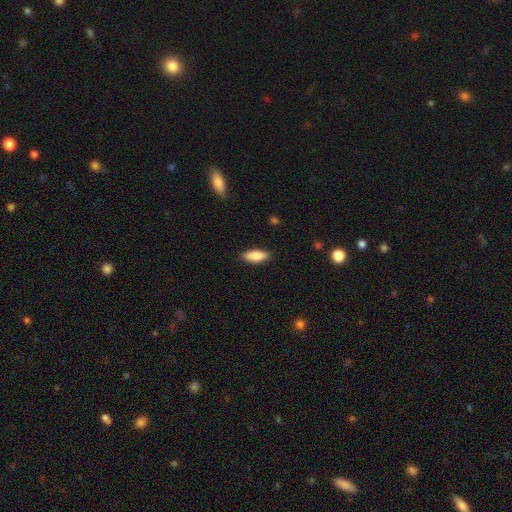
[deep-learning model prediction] Smooth or featured? smooth (83%)
How rounded? in between (70%)
Merging? none (88%)